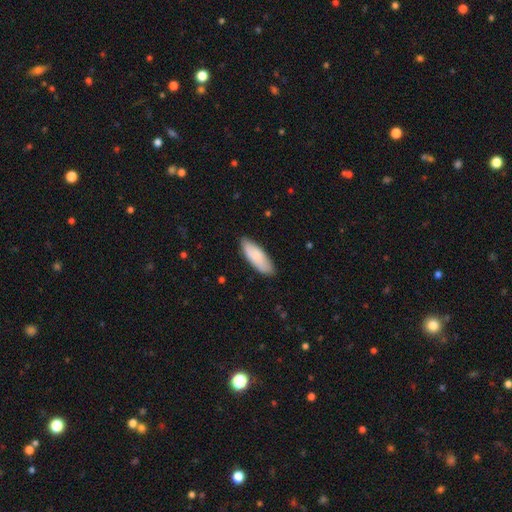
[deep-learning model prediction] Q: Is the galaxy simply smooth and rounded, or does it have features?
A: smooth — 82%.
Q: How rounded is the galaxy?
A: in between — 66%.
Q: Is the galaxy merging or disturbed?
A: none — 83%.